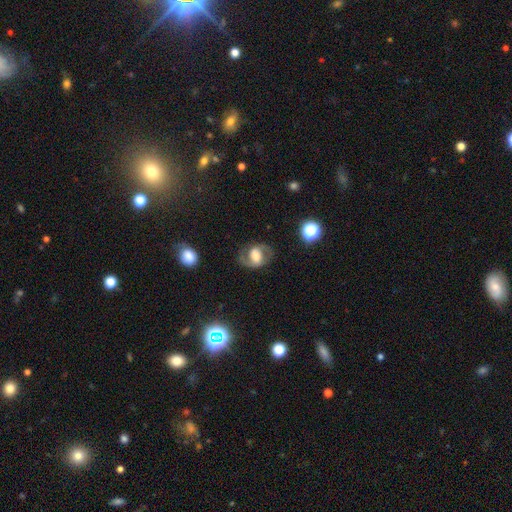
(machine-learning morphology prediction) featured or disk 66%, smooth 26%, star or artifact 8%. Down the decision tree: edge-on disk — no (96%); bar — weak (42%); spiral arms — yes (84%); spiral arm count — 2 (89%); spiral winding — medium (54%); bulge size — moderate (45%); merging — none (75%).